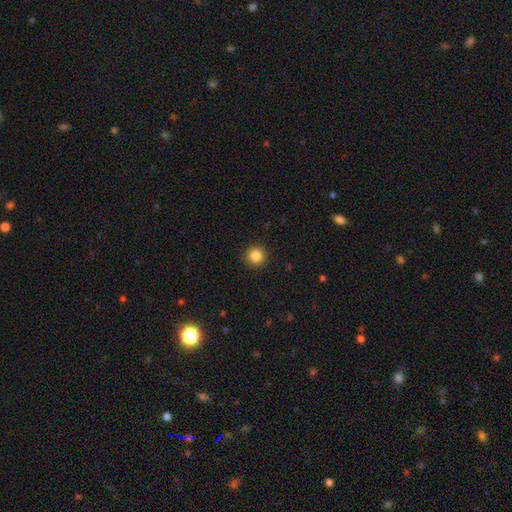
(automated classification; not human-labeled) Morphology: type=smooth (84%); roundness=round (95%); merging=none (92%).